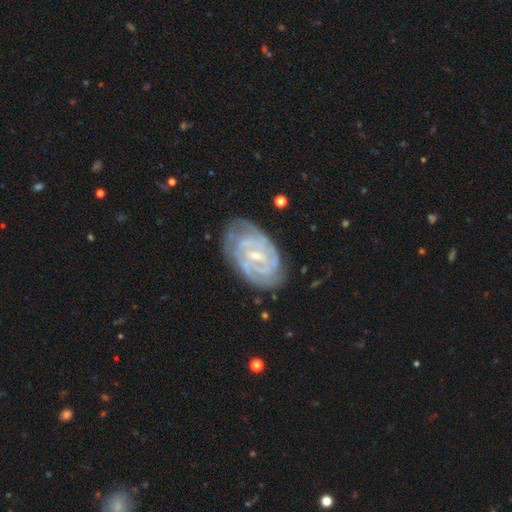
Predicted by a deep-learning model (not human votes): featured or disk 87%, smooth 7%, star or artifact 6%. Down the decision tree: edge-on disk — no (97%); bar — weak (51%); spiral arms — yes (97%); spiral arm count — 2 (27%); spiral winding — tight (72%); bulge size — small (70%); merging — none (75%).